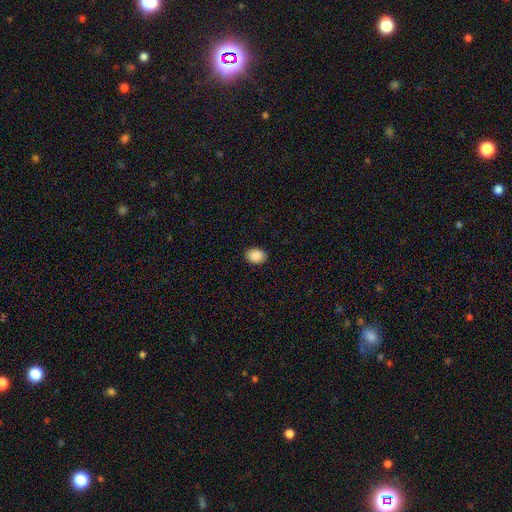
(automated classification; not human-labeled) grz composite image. It shows a smooth galaxy with no disk features (89%) that is in between round and cigar-shaped (68%). Merging: none (89%).